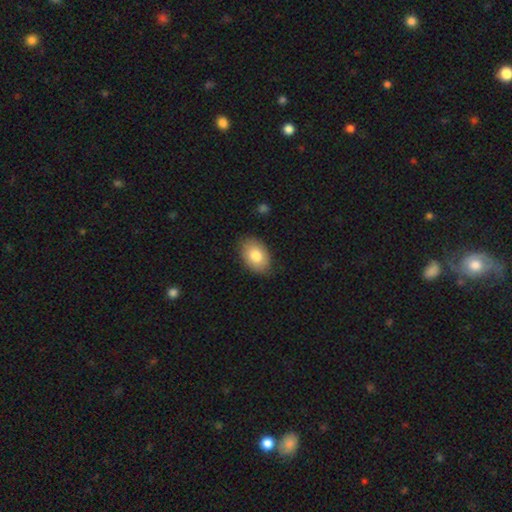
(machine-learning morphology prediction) Smooth or featured: smooth — 80% (featured or disk — 13%)
How rounded: in between — 85% (round — 14%)
Merging: none — 82% (minor disturbance — 14%)